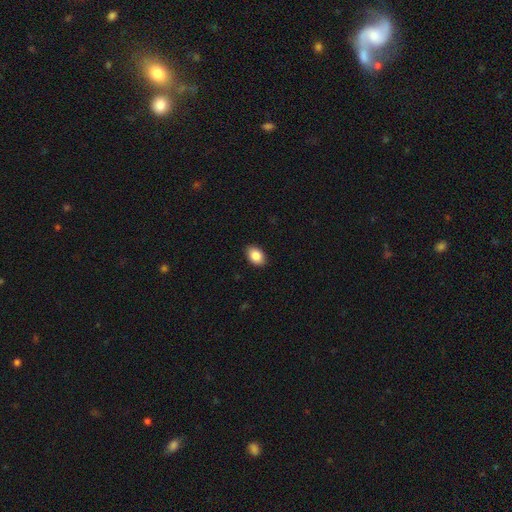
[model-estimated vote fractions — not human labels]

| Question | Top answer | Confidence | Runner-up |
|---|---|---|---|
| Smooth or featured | smooth | 87% | star or artifact (8%) |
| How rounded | in between | 83% | round (16%) |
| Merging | none | 89% | minor disturbance (8%) |